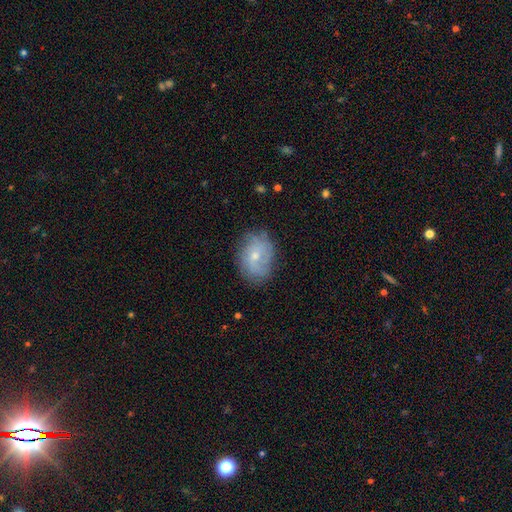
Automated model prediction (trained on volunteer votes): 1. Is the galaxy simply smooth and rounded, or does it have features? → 51% featured or disk, 40% smooth, 9% star or artifact.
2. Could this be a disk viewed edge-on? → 96% no, 4% yes.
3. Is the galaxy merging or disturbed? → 70% none, 21% minor disturbance, 7% major disturbance, 1% merger.